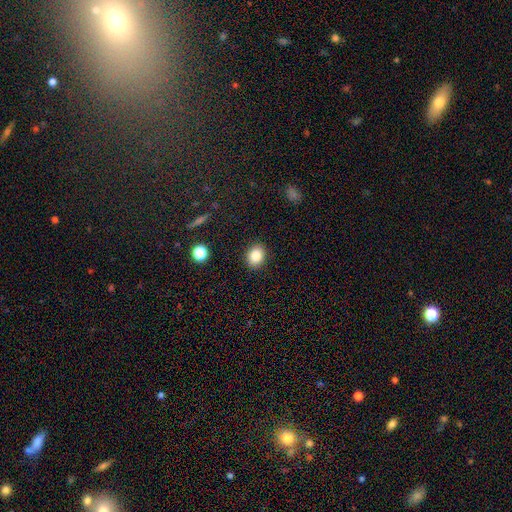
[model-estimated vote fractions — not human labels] Overall: smooth (84%). How rounded: in between (51%; round 49%). Merging: none (90%).